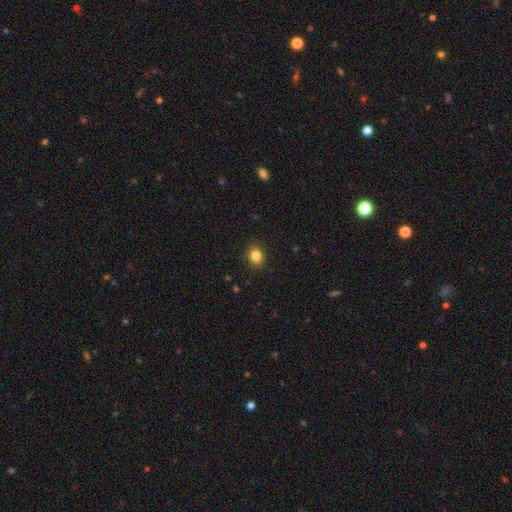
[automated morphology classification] Q: Smooth or featured?
A: smooth (85%); runner-up: star or artifact (11%)
Q: How rounded?
A: round (65%); runner-up: in between (34%)
Q: Merging?
A: none (89%); runner-up: minor disturbance (8%)